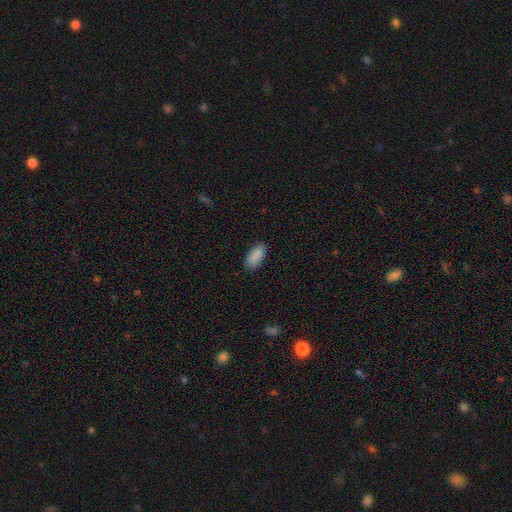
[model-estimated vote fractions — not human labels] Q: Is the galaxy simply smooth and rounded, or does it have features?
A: smooth — 90%.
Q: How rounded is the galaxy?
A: in between — 90%.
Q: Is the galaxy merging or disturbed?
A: none — 87%.